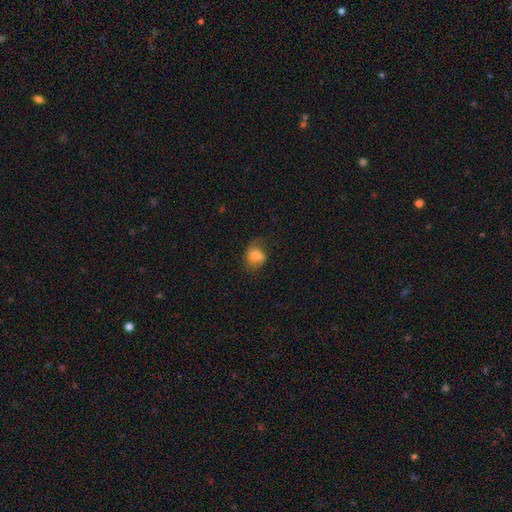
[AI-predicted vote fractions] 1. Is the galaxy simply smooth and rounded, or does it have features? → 78% smooth, 12% featured or disk, 9% star or artifact.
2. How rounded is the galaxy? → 56% in between, 43% round, 1% cigar-shaped.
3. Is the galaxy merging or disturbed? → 51% none, 30% minor disturbance, 17% major disturbance, 2% merger.